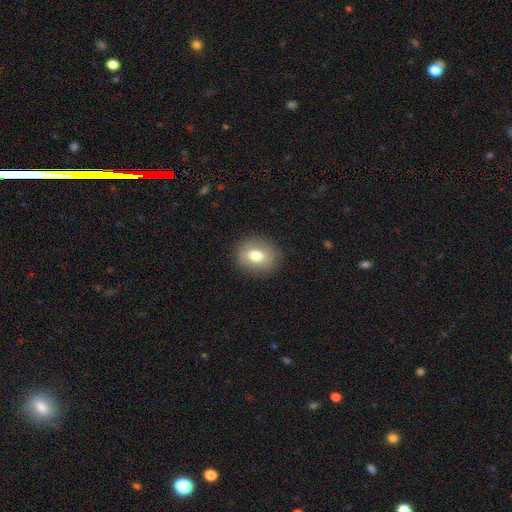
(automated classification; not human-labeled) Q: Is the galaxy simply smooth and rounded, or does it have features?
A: smooth — 75%.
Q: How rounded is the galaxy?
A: round — 61%.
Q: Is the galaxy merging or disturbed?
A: none — 86%.